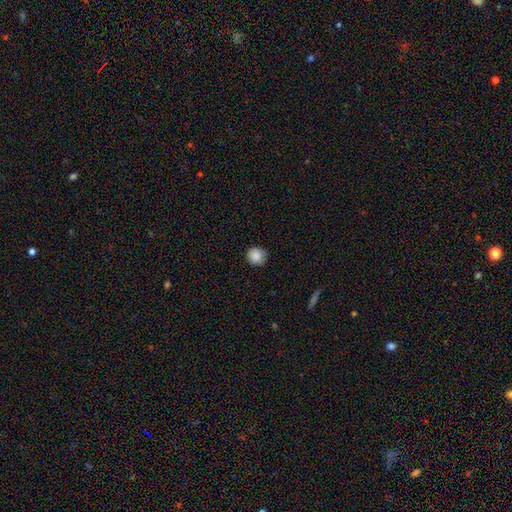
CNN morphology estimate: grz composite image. It shows a smooth galaxy with no disk features (88%) that is round (90%). Merging: none (84%).